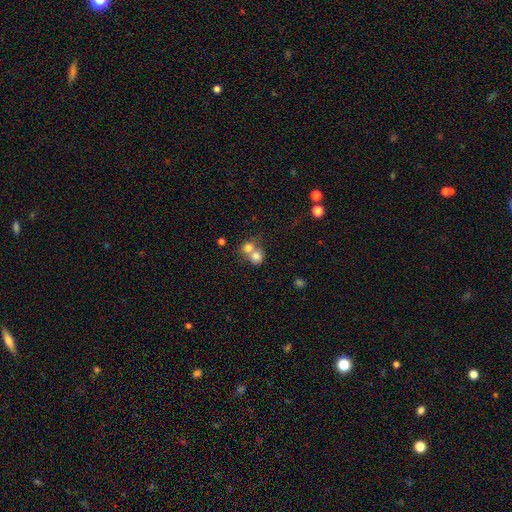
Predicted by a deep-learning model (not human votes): smooth-or-featured: smooth: 76% | featured or disk: 14% | star or artifact: 10%
  how-rounded: round: 77% | in between: 22% | cigar-shaped: 1%
  merging: merger: 62% | none: 29% | minor disturbance: 6% | major disturbance: 3%